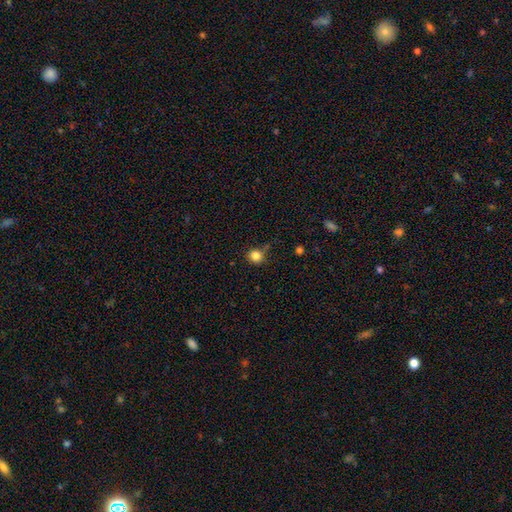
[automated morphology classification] Q: Smooth or featured?
A: smooth (83%); runner-up: star or artifact (12%)
Q: How rounded?
A: round (89%); runner-up: in between (10%)
Q: Merging?
A: none (69%); runner-up: minor disturbance (21%)